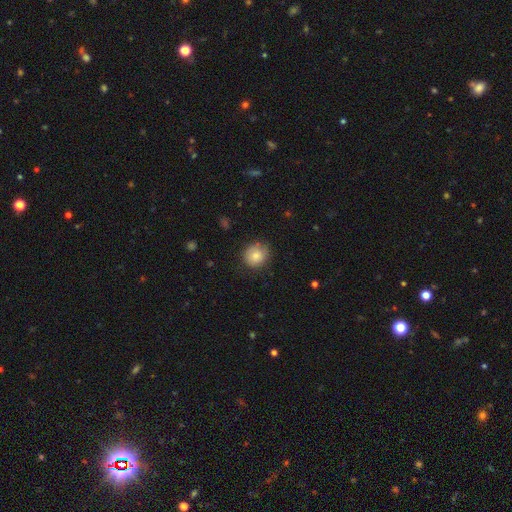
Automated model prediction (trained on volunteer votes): This appears to be a smooth galaxy with no disk features (81%) that is round (85%). Merging: none (79%).